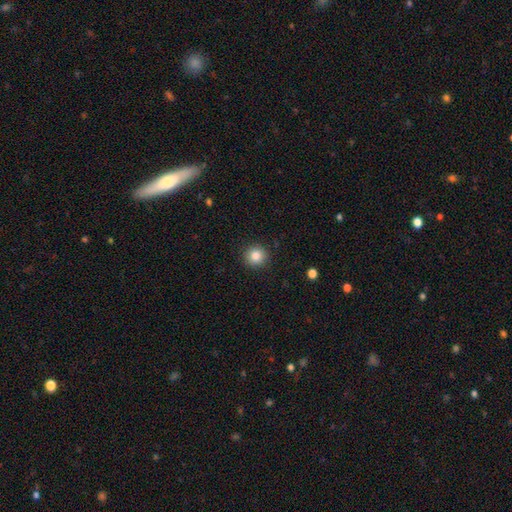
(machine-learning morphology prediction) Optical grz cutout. It shows a smooth galaxy with no disk features (84%) that is round (94%). Merging: none (91%).